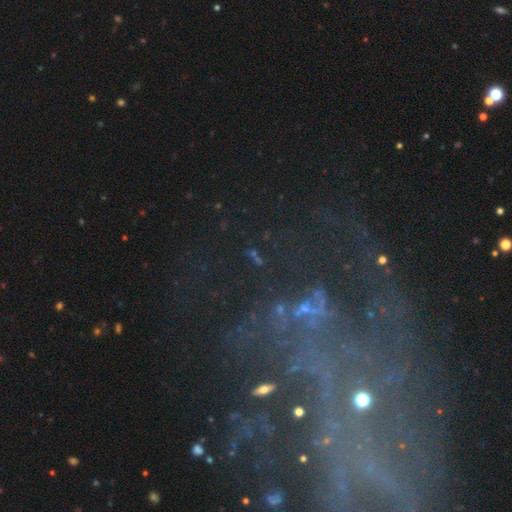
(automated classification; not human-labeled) Q: Smooth or featured?
A: featured or disk (47%); runner-up: star or artifact (39%)
Q: Merging?
A: none (56%); runner-up: major disturbance (21%)